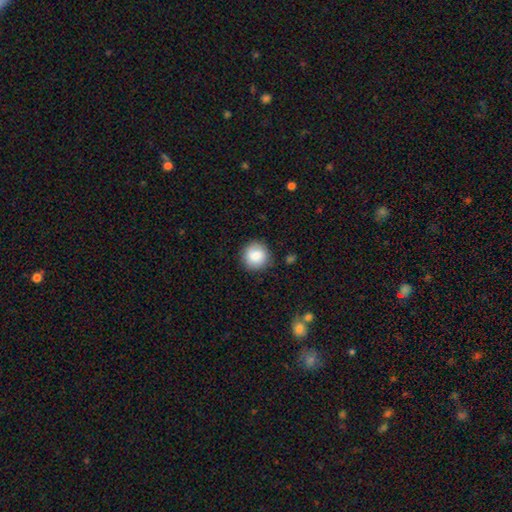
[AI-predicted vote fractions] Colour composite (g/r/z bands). It shows a smooth galaxy with no disk features (85%) that is round (93%). Merging: none (87%).